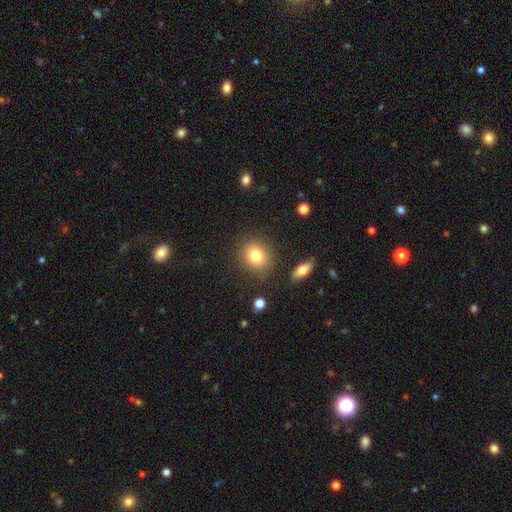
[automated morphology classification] Overall: smooth (81%). How rounded: round (73%). Merging: none (86%).